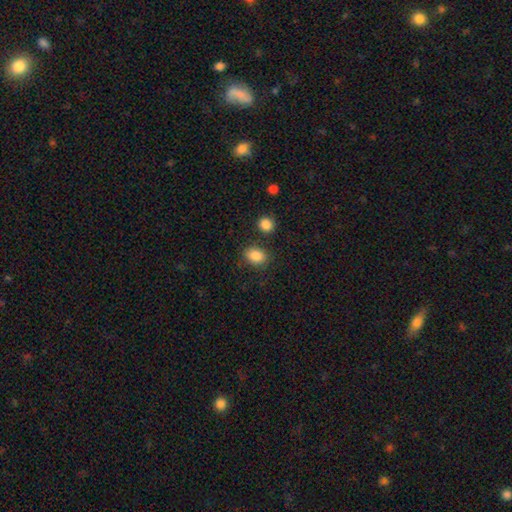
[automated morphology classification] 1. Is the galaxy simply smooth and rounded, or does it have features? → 87% smooth, 9% star or artifact, 4% featured or disk.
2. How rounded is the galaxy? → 70% in between, 28% round, 1% cigar-shaped.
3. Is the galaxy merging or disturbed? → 79% none, 12% minor disturbance, 6% merger, 4% major disturbance.